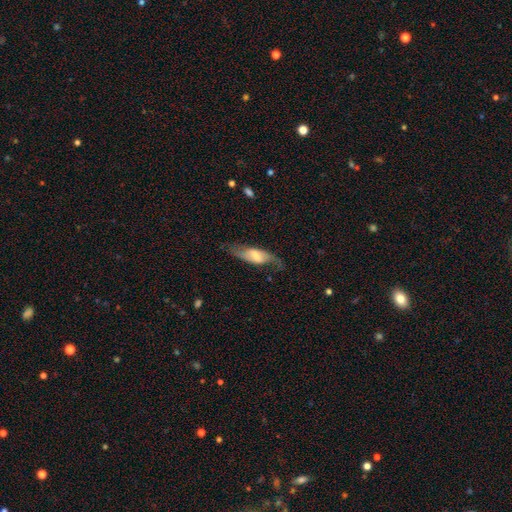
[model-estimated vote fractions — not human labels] Smooth or featured?
  - featured or disk: 54% *
  - smooth: 39%
  - star or artifact: 7%
Edge-on disk?
  - no: 71% *
  - yes: 29%
Merging?
  - none: 67% *
  - minor disturbance: 21%
  - major disturbance: 11%
  - merger: 2%